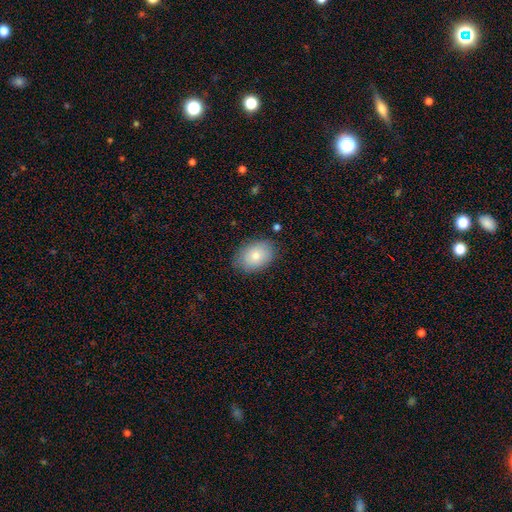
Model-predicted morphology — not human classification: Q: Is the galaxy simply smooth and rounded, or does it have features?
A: smooth — 79%.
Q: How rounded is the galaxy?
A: in between — 79%.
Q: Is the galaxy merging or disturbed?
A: none — 80%.